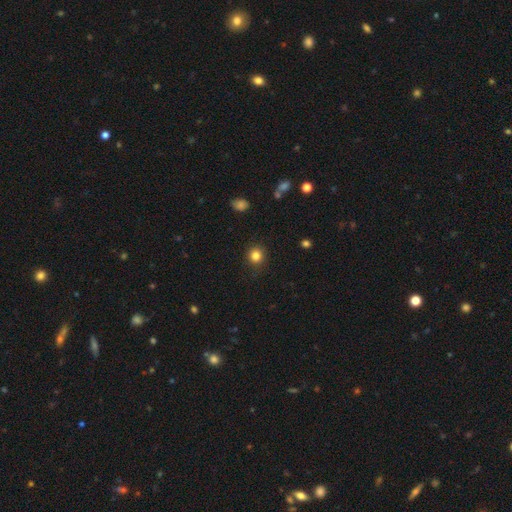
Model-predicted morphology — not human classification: A smooth galaxy with no disk features (83%) that is round (90%).

Vote fractions:
- Smooth or featured? smooth: 83% / star or artifact: 12% / featured or disk: 5%
- How rounded? round: 90% / in between: 9% / cigar-shaped: 1%
- Merging? none: 90% / minor disturbance: 7% / major disturbance: 2% / merger: 1%